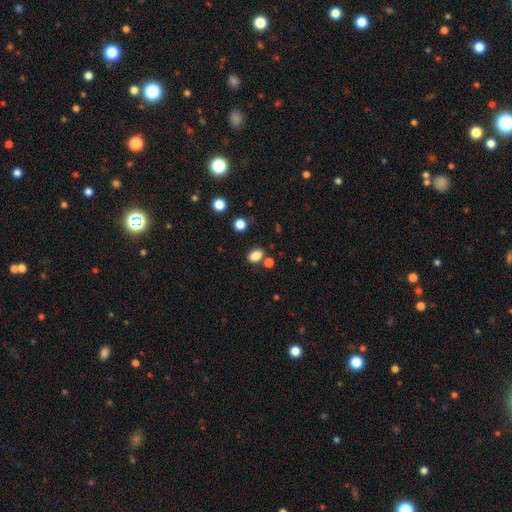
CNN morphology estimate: A smooth galaxy with no disk features (84%) that is in between round and cigar-shaped (79%). Merging: none (76%).